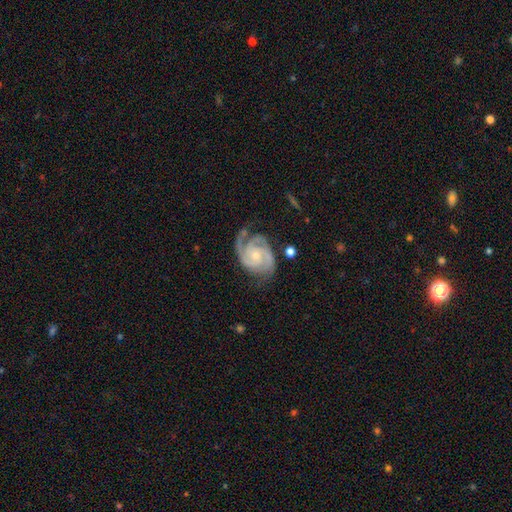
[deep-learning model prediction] Smooth or featured: featured or disk — 92% (star or artifact — 4%)
Edge-on disk: no — 98% (yes — 2%)
Bar: no — 69% (weak — 25%)
Spiral arms: yes — 99% (no — 1%)
Spiral winding: tight — 56% (medium — 39%)
Spiral arm count: 3 — 45% (2 — 38%)
Bulge size: small — 66% (moderate — 29%)
Merging: none — 68% (minor disturbance — 21%)